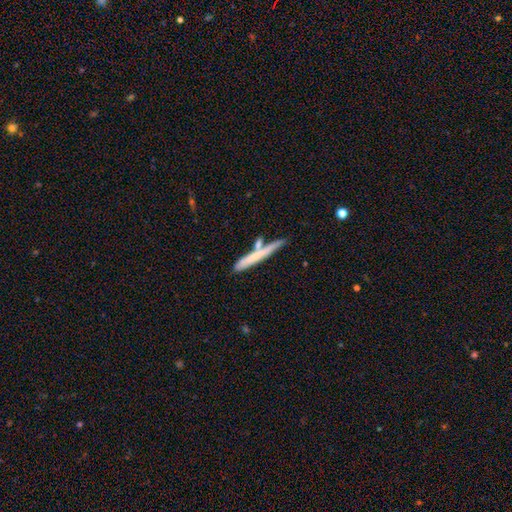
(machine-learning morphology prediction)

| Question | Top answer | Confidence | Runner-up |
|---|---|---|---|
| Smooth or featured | smooth | 58% | featured or disk (36%) |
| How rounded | cigar-shaped | 94% | in between (4%) |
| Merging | none | 64% | merger (18%) |